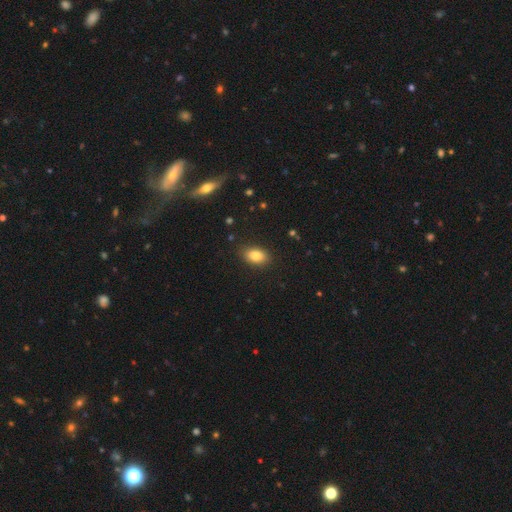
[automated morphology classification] The model was most divided on "smooth or featured": smooth: 83%, star or artifact: 9%, featured or disk: 8%. More confident: merging — none (87%); how rounded — in between (87%).